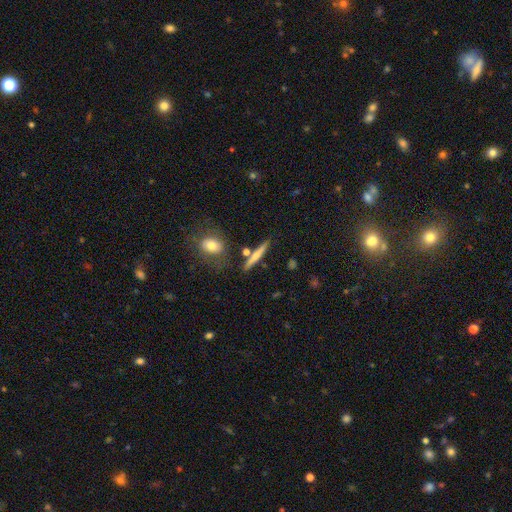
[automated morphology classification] Smooth or featured? Predicted: smooth (p=0.52). How rounded? Predicted: cigar-shaped (p=0.86). Merging? Predicted: none (p=0.76).